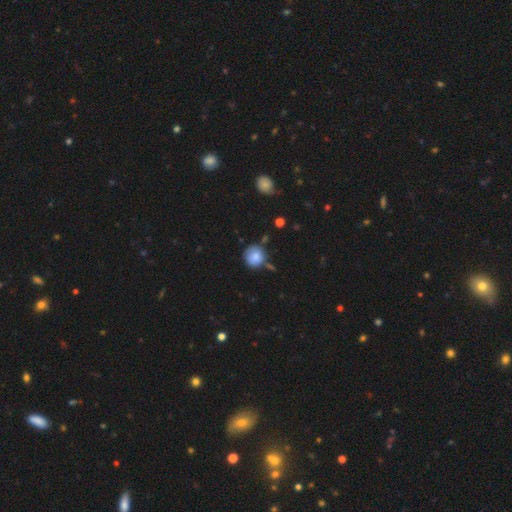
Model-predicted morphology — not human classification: Q: Smooth or featured?
A: smooth (81%); runner-up: featured or disk (10%)
Q: How rounded?
A: round (89%); runner-up: in between (10%)
Q: Merging?
A: none (66%); runner-up: minor disturbance (22%)